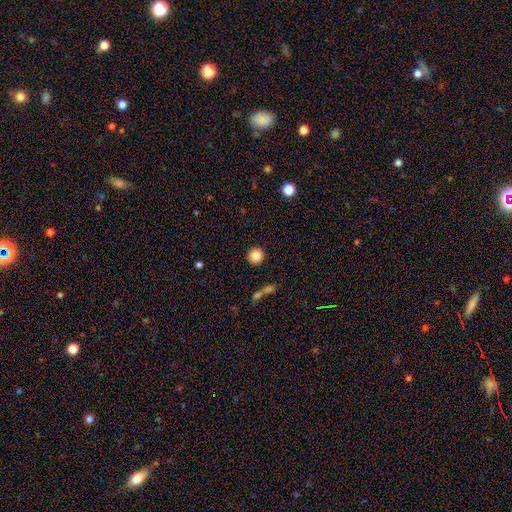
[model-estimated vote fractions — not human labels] Morphology: type=smooth (85%); roundness=round (92%); merging=none (90%).